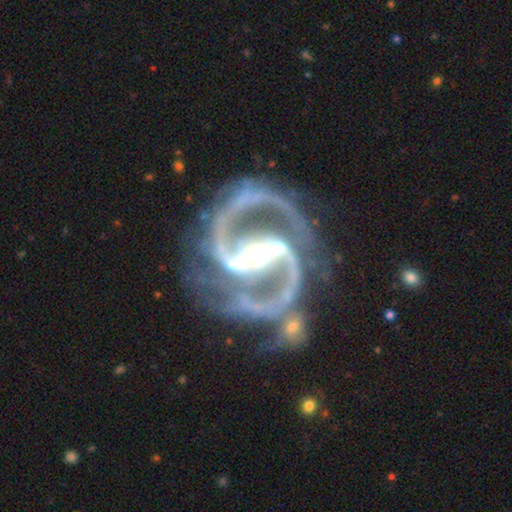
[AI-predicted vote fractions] Smooth or featured: featured or disk — 94% (star or artifact — 4%)
Edge-on disk: no — 98% (yes — 2%)
Bar: strong — 78% (weak — 16%)
Spiral arms: yes — 98% (no — 2%)
Spiral winding: medium — 64% (tight — 20%)
Spiral arm count: 2 — 90% (3 — 3%)
Bulge size: moderate — 57% (small — 34%)
Merging: none — 66% (minor disturbance — 15%)